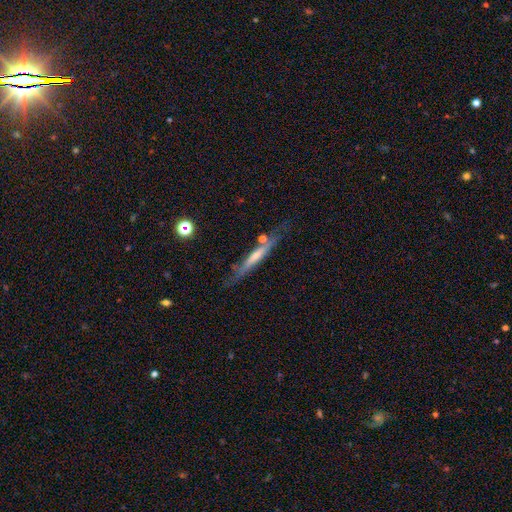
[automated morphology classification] Smooth or featured? Predicted: featured or disk (p=0.58). Edge-on disk? Predicted: yes (p=0.88). Edge-on bulge? Predicted: none (p=0.55). Merging? Predicted: none (p=0.71).